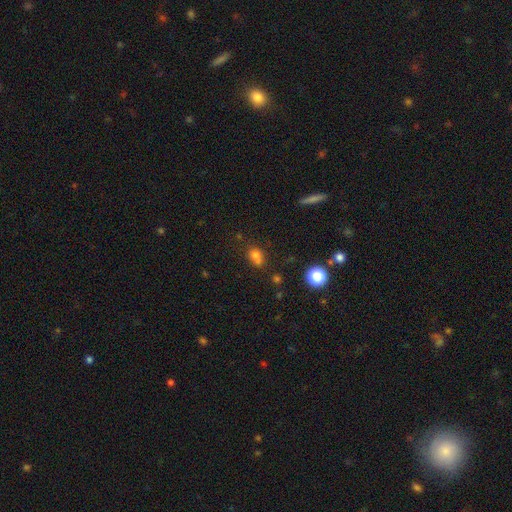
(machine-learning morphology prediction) Q: Smooth or featured?
A: smooth (73%); runner-up: star or artifact (17%)
Q: How rounded?
A: round (53%); runner-up: in between (45%)
Q: Merging?
A: none (49%); runner-up: merger (24%)